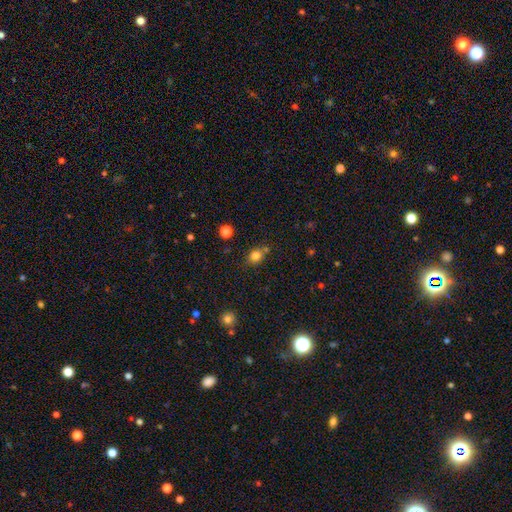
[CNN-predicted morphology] Smooth or featured?
  - smooth: 80% *
  - star or artifact: 13%
  - featured or disk: 7%
How rounded?
  - round: 64% *
  - in between: 35%
  - cigar-shaped: 1%
Merging?
  - none: 64% *
  - minor disturbance: 16%
  - merger: 15%
  - major disturbance: 4%